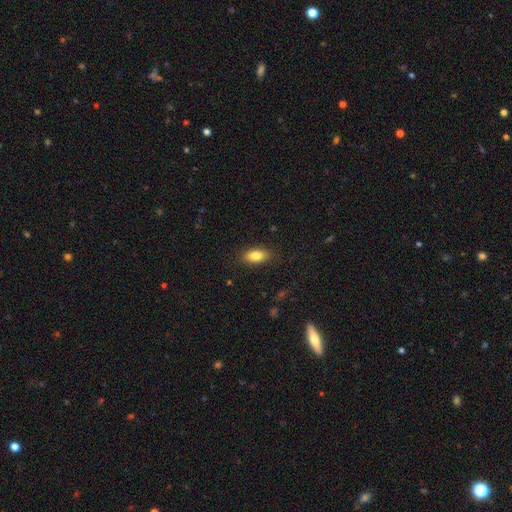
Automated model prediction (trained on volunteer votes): Smooth or featured? smooth (83%)
How rounded? in between (86%)
Merging? none (86%)